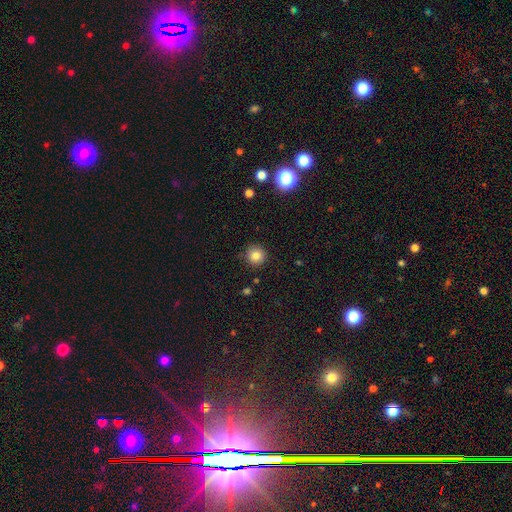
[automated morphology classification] This is clearly a smooth galaxy (83%). How rounded: clearly round (93%). Merging: clearly none (88%).